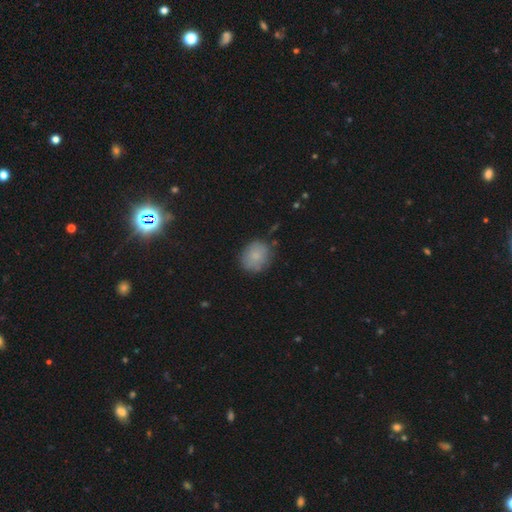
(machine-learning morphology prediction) smooth_or_featured: smooth (p=0.83) [alt: featured or disk p=0.09]
how_rounded: round (p=0.62) [alt: in between p=0.37]
merging: none (p=0.78) [alt: minor disturbance p=0.16]